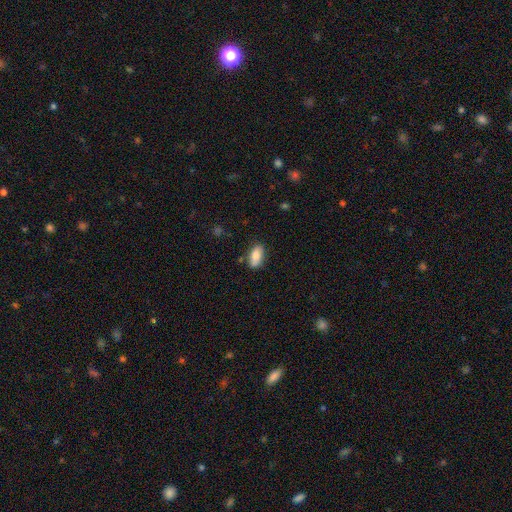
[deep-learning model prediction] Smooth or featured: smooth — 78% (featured or disk — 16%)
How rounded: in between — 90% (cigar-shaped — 6%)
Merging: none — 80% (minor disturbance — 14%)